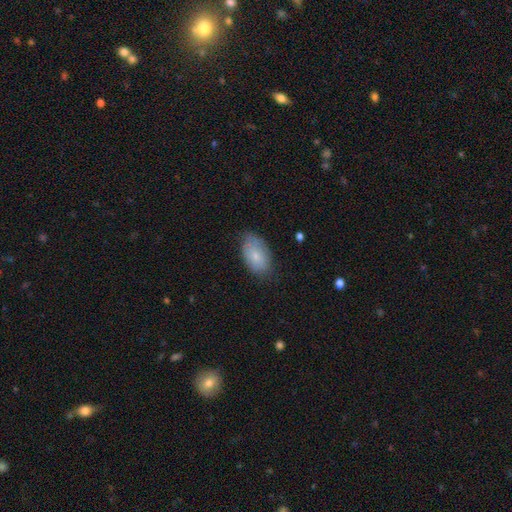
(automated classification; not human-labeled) A smooth galaxy with no disk features (76%) that is in between round and cigar-shaped (92%). Merging: none (69%).